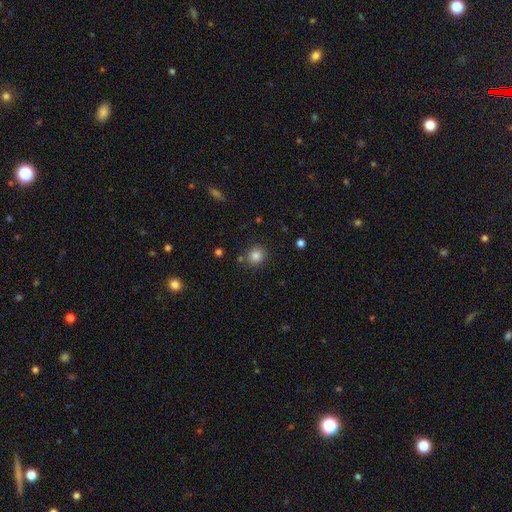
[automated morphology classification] Smooth or featured? smooth (84%)
How rounded? round (87%)
Merging? none (84%)